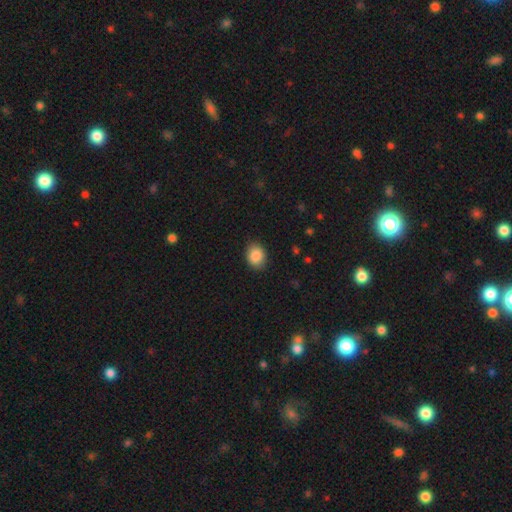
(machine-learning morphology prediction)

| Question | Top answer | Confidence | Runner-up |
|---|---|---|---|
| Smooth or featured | smooth | 88% | star or artifact (8%) |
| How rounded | in between | 61% | round (38%) |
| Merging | none | 86% | minor disturbance (11%) |